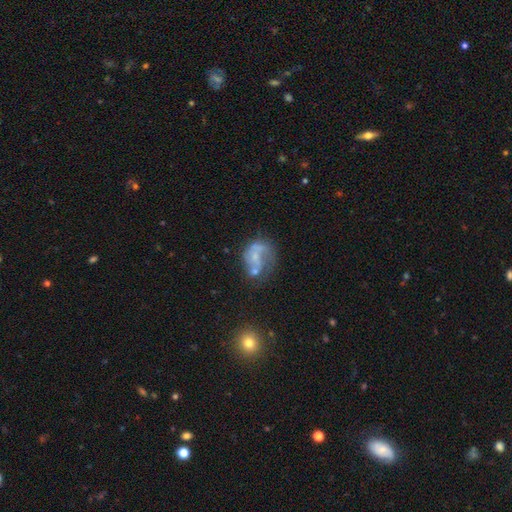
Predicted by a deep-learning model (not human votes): Smooth or featured: featured or disk — 55% (smooth — 33%)
Edge-on disk: no — 98% (yes — 2%)
Bar: no — 73% (weak — 22%)
Spiral arms: no — 51% (yes — 49%)
Bulge size: small — 45% (none — 33%)
Merging: major disturbance — 30% (none — 29%)